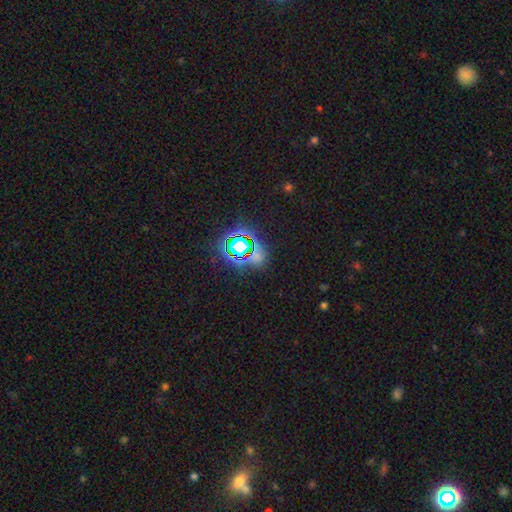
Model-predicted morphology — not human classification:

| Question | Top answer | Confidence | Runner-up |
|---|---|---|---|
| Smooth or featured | star or artifact | 67% | smooth (23%) |